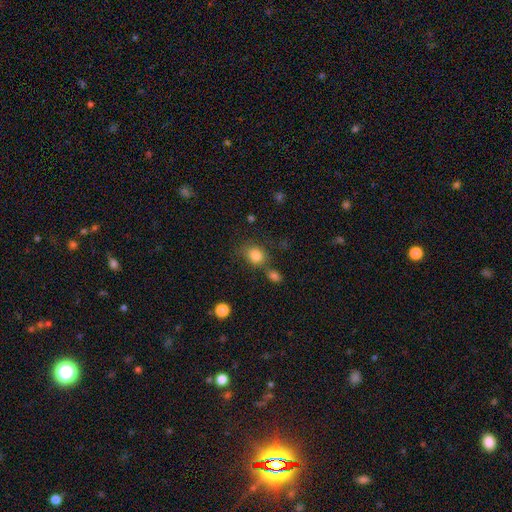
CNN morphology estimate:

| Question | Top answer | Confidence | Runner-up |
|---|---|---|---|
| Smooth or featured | smooth | 83% | star or artifact (11%) |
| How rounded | round | 63% | in between (36%) |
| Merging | none | 60% | merger (19%) |